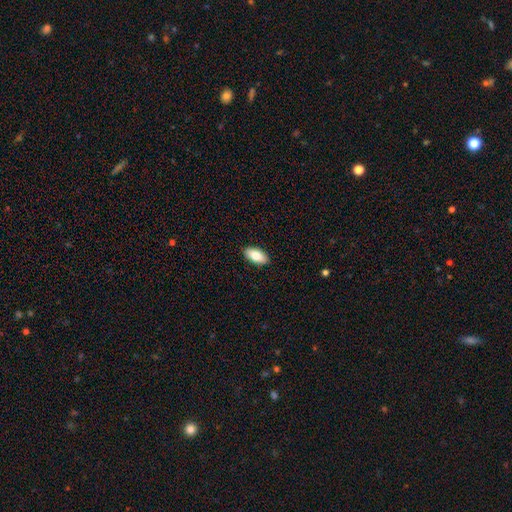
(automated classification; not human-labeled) A smooth galaxy with no disk features (79%) that is in between round and cigar-shaped (92%).

Vote fractions:
- Smooth or featured? smooth: 79% / featured or disk: 14% / star or artifact: 6%
- How rounded? in between: 92% / cigar-shaped: 6% / round: 3%
- Merging? none: 90% / minor disturbance: 7% / major disturbance: 2% / merger: 1%